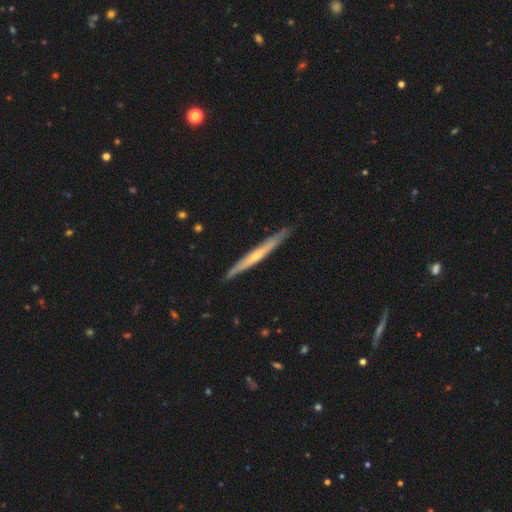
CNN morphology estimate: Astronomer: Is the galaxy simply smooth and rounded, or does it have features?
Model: featured or disk — 64%.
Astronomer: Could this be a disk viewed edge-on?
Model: yes — 95%.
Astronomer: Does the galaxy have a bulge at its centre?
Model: rounded — 52% (runner-up: none, 44%).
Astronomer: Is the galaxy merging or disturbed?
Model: none — 88%.